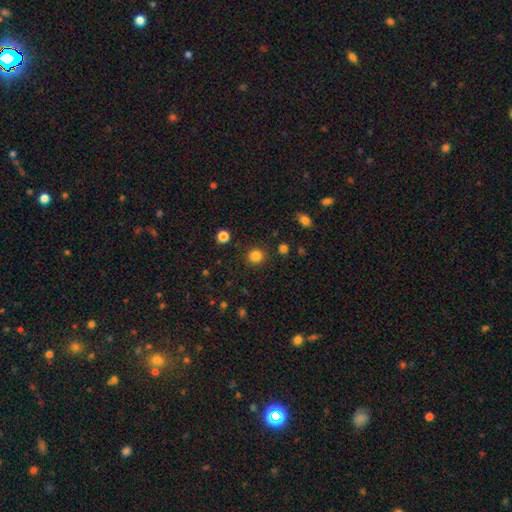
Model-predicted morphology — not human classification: smooth_or_featured: smooth (p=0.84) [alt: star or artifact p=0.12]
how_rounded: round (p=0.90) [alt: in between p=0.09]
merging: none (p=0.88) [alt: minor disturbance p=0.07]